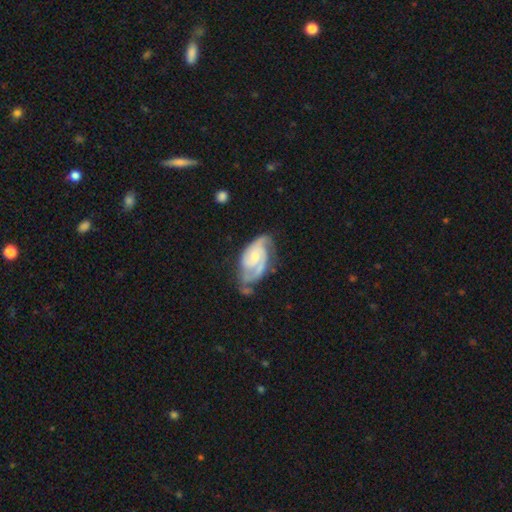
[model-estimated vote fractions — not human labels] This is clearly a featured or disk galaxy (87%). It is clearly not viewed edge-on (97%). Bar: possibly no (54%). Spiral arm pattern: clearly yes (97%). Spiral arm count: likely 2 (76%). Spiral winding: possibly tight (48%). Central bulge: possibly small (48%). Merging: likely none (61%).